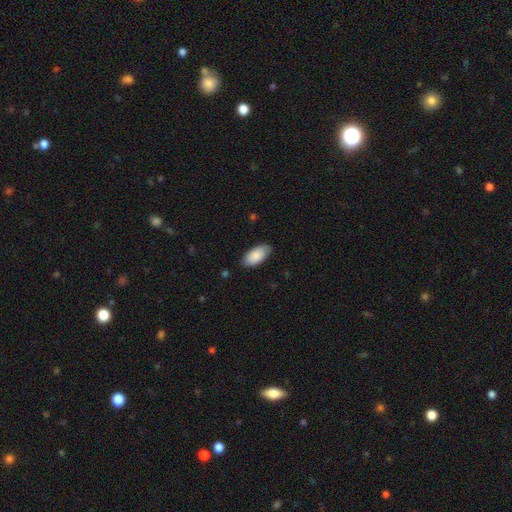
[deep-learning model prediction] This is clearly a smooth galaxy (85%). How rounded: clearly in between (95%). Merging: likely none (77%).